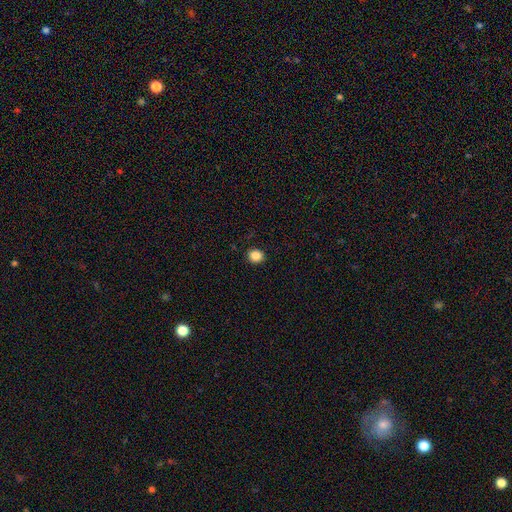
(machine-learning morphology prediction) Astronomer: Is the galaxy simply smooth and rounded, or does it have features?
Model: smooth — 87%.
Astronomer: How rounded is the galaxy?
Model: round — 78%.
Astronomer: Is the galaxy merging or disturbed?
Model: none — 91%.